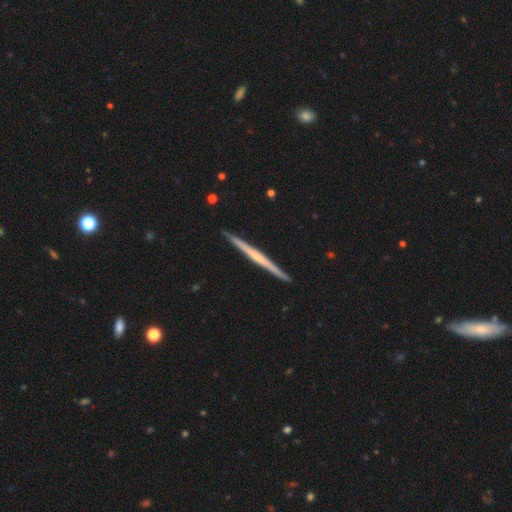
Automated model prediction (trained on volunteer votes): Smooth or featured? featured or disk (65%)
Edge-on disk? yes (98%)
Edge-on bulge? none (71%)
Merging? none (92%)